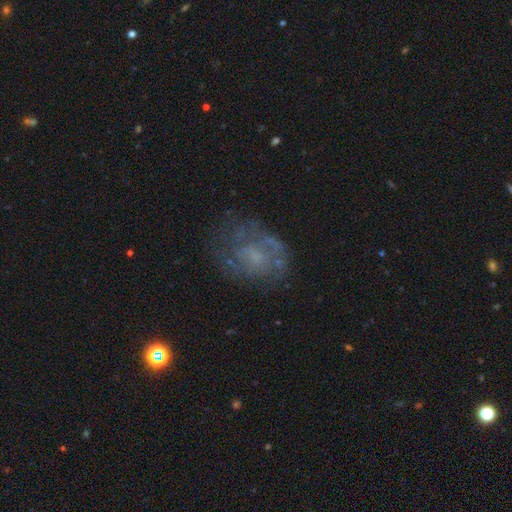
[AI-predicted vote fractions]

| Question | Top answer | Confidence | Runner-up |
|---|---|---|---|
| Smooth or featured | featured or disk | 59% | smooth (26%) |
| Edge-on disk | no | 97% | yes (3%) |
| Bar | no | 78% | weak (19%) |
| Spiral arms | no | 51% | yes (49%) |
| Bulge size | none | 44% | small (34%) |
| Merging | none | 56% | major disturbance (21%) |